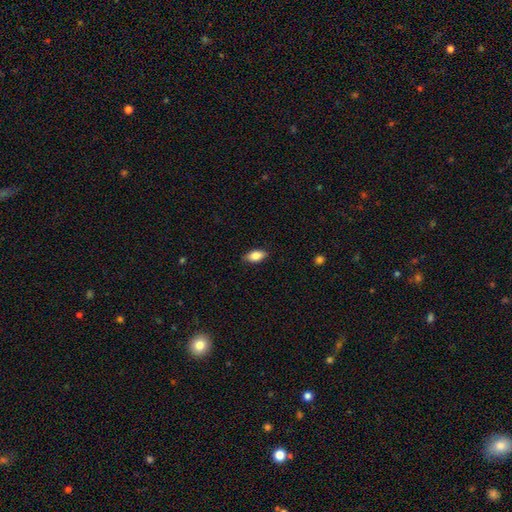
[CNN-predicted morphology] A smooth galaxy with no disk features (84%) that is in between round and cigar-shaped (90%). Merging: none (85%).